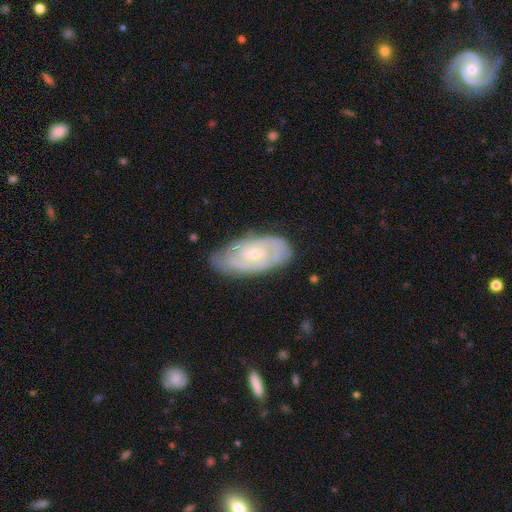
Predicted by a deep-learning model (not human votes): Q: Smooth or featured?
A: featured or disk (81%); runner-up: smooth (14%)
Q: Edge-on disk?
A: no (94%); runner-up: yes (6%)
Q: Bar?
A: no (64%); runner-up: weak (31%)
Q: Spiral arms?
A: yes (94%); runner-up: no (6%)
Q: Spiral winding?
A: tight (67%); runner-up: medium (27%)
Q: Spiral arm count?
A: 2 (40%); runner-up: can't tell (30%)
Q: Bulge size?
A: small (69%); runner-up: moderate (27%)
Q: Merging?
A: none (77%); runner-up: minor disturbance (18%)